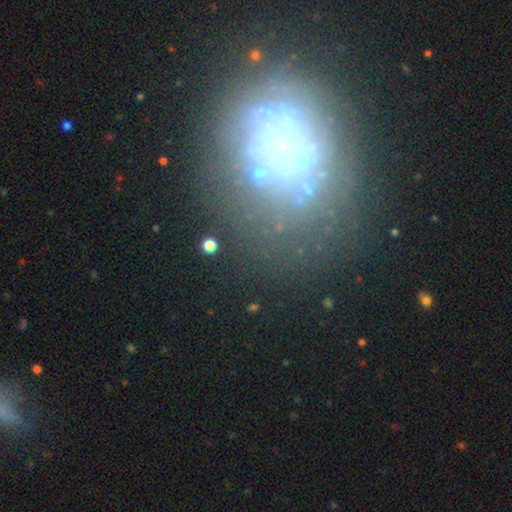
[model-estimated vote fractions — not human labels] This appears to be a featured or disk galaxy (56%) with no bar (85%), no spiral arms (83%) and no central bulge (59%). Merging: none (53%).